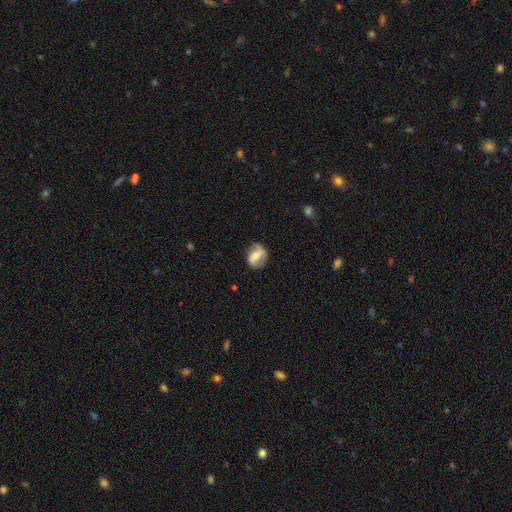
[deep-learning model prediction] The model was most divided on "smooth or featured": featured or disk: 47%, smooth: 45%, star or artifact: 8%. More confident: merging — none (74%).